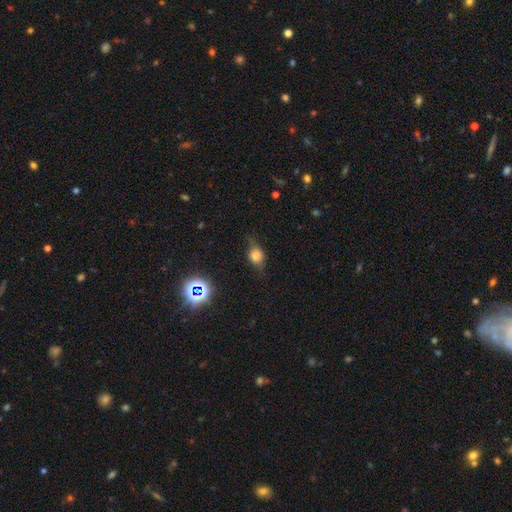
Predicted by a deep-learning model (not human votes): Q: Smooth or featured?
A: smooth (53%); runner-up: featured or disk (33%)
Q: How rounded?
A: in between (50%); runner-up: round (44%)
Q: Merging?
A: none (65%); runner-up: minor disturbance (24%)